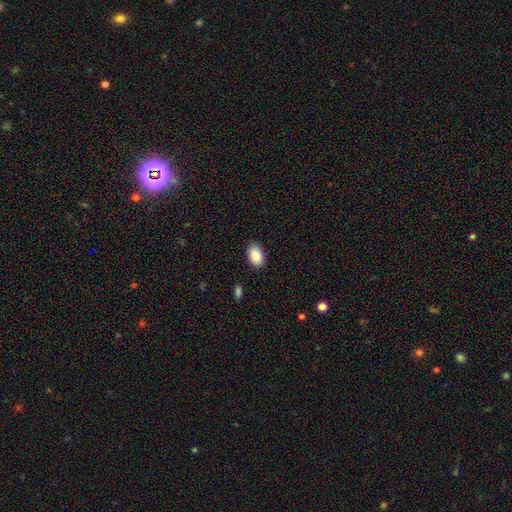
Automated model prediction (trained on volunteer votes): Smooth or featured?
  - smooth: 90% *
  - star or artifact: 6%
  - featured or disk: 3%
How rounded?
  - in between: 91% *
  - round: 8%
  - cigar-shaped: 1%
Merging?
  - none: 86% *
  - minor disturbance: 11%
  - major disturbance: 2%
  - merger: 1%